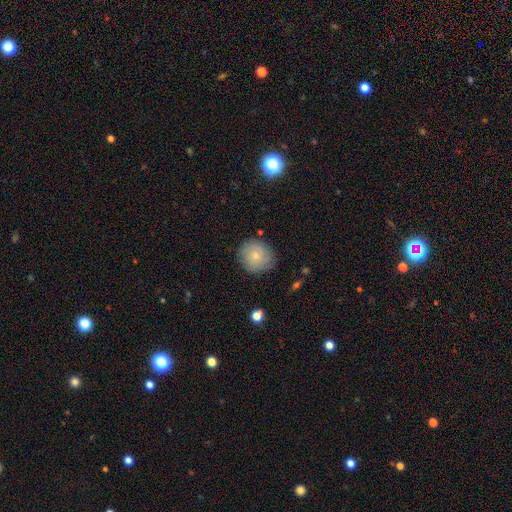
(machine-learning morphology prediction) A smooth galaxy with no disk features (70%) that is round (88%).

Vote fractions:
- Smooth or featured? smooth: 70% / featured or disk: 22% / star or artifact: 8%
- How rounded? round: 88% / in between: 11% / cigar-shaped: 1%
- Merging? none: 82% / minor disturbance: 13% / major disturbance: 3% / merger: 1%